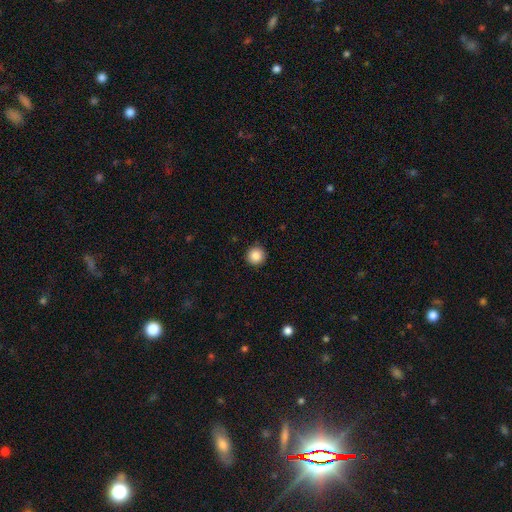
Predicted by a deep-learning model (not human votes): Q: Smooth or featured?
A: smooth (87%); runner-up: star or artifact (9%)
Q: How rounded?
A: round (96%); runner-up: in between (3%)
Q: Merging?
A: none (92%); runner-up: minor disturbance (5%)